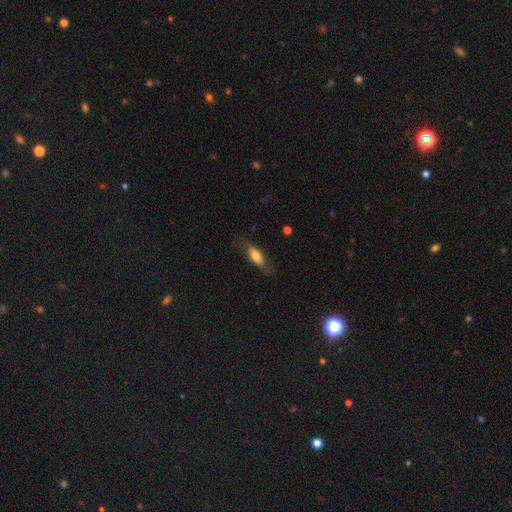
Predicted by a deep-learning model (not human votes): Smooth or featured: smooth — 63% (featured or disk — 30%)
How rounded: in between — 67% (cigar-shaped — 30%)
Merging: none — 67% (minor disturbance — 21%)